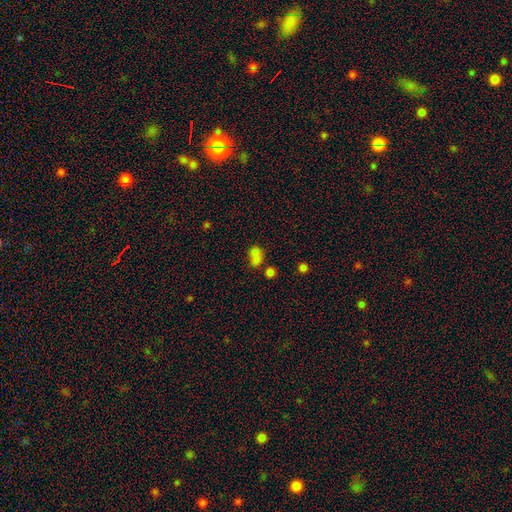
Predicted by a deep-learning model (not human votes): This is likely a smooth galaxy (73%). How rounded: possibly in between (58%). Merging: marginally merger (43%).